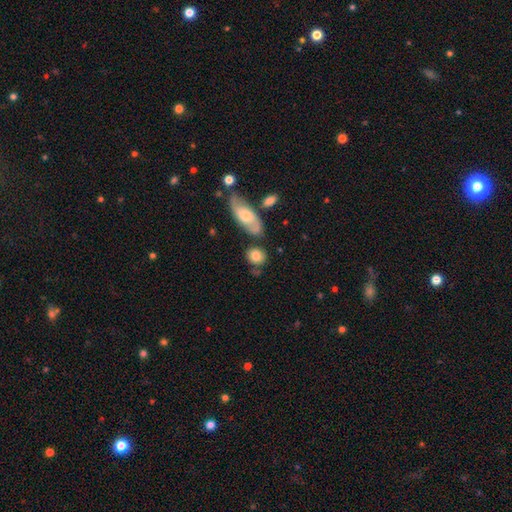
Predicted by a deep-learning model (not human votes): Overall: smooth (80%). How rounded: round (65%; in between 32%). Merging: none (67%).